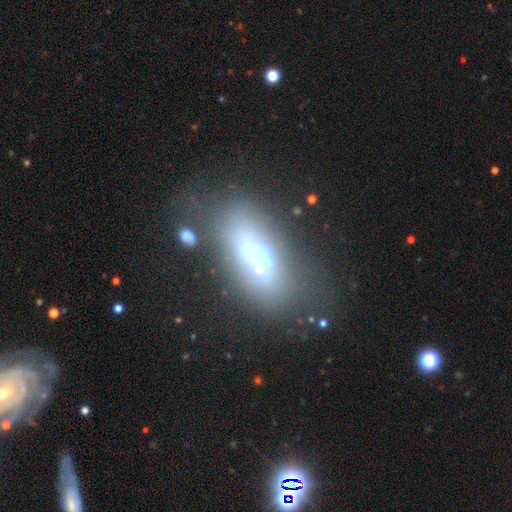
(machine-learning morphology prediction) A smooth galaxy with no disk features (48%). Merging: none (47%).